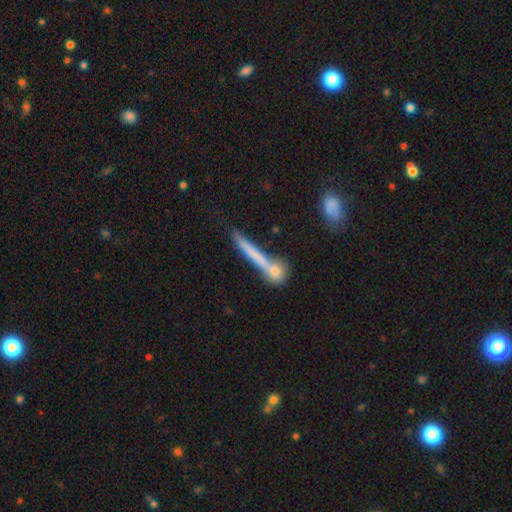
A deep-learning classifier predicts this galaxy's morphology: Q: Smooth or featured?
A: smooth (63%); runner-up: featured or disk (30%)
Q: How rounded?
A: cigar-shaped (87%); runner-up: round (7%)
Q: Merging?
A: none (59%); runner-up: merger (24%)